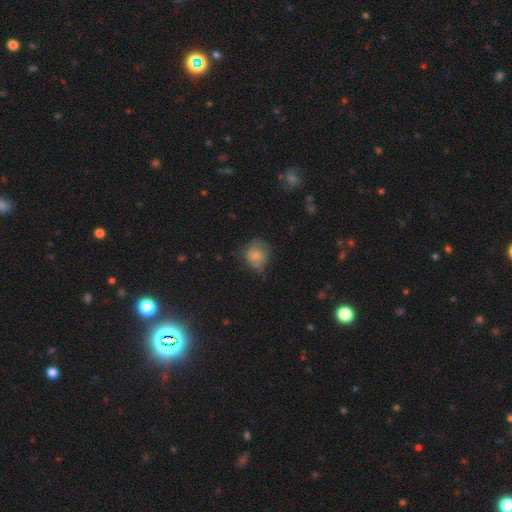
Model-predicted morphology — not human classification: A smooth galaxy with no disk features (68%) that is round (72%).

Vote fractions:
- Smooth or featured? smooth: 68% / featured or disk: 23% / star or artifact: 9%
- How rounded? round: 72% / in between: 27% / cigar-shaped: 1%
- Merging? none: 55% / minor disturbance: 31% / major disturbance: 13% / merger: 2%